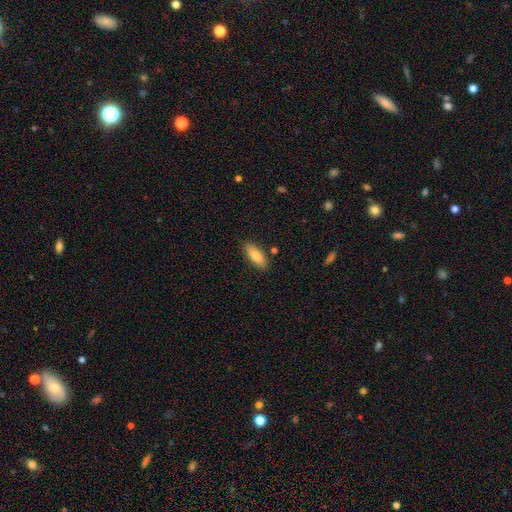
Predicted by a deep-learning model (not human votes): Smooth or featured: smooth — 85% (featured or disk — 9%)
How rounded: in between — 72% (cigar-shaped — 26%)
Merging: none — 84% (minor disturbance — 11%)